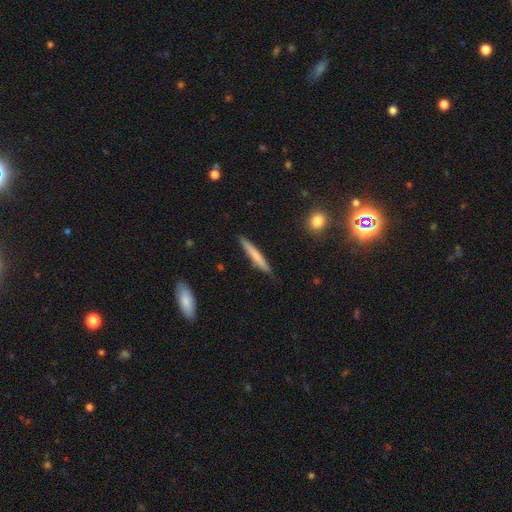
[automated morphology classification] Q: Smooth or featured?
A: smooth (67%); runner-up: featured or disk (28%)
Q: How rounded?
A: cigar-shaped (95%); runner-up: in between (4%)
Q: Merging?
A: none (88%); runner-up: minor disturbance (9%)